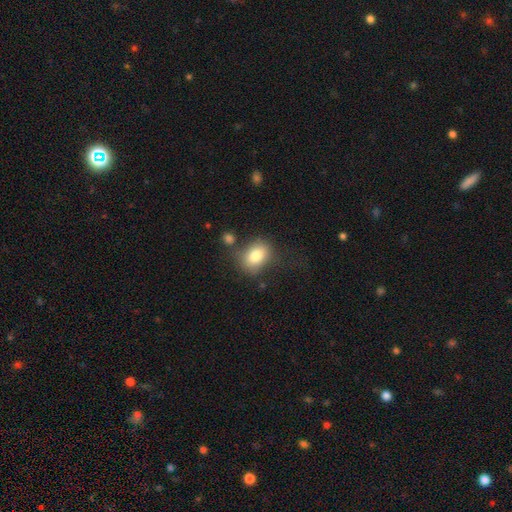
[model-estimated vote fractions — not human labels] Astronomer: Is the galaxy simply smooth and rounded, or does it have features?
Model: smooth — 80%.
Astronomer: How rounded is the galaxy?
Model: in between — 64%.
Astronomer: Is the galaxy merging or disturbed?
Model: none — 66%.